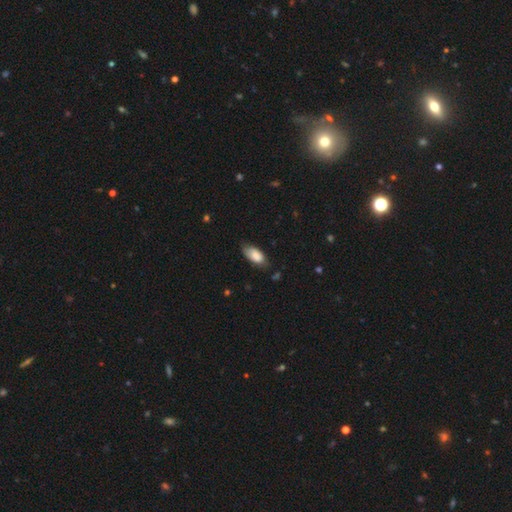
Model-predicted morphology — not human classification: Smooth or featured? smooth (83%)
How rounded? in between (90%)
Merging? none (65%)